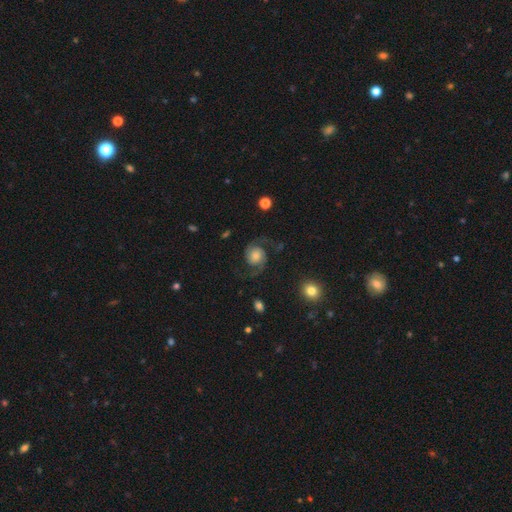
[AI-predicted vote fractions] Smooth or featured? featured or disk (84%)
Edge-on disk? no (98%)
Bar? no (73%)
Spiral arms? yes (98%)
Spiral winding? medium (51%)
Spiral arm count? 2 (94%)
Bulge size? moderate (42%)
Merging? none (76%)